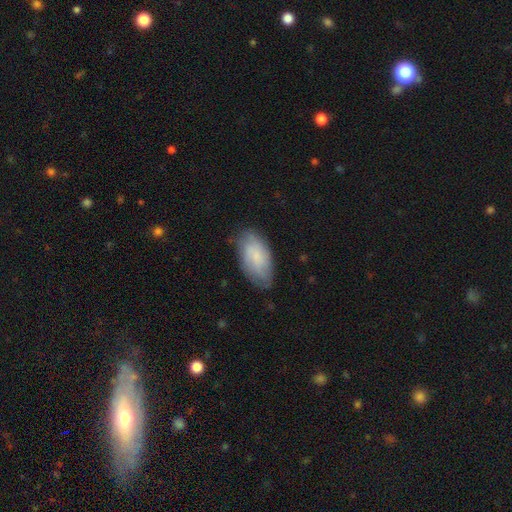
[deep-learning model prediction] Smooth or featured: smooth — 67% (featured or disk — 26%)
How rounded: in between — 93% (cigar-shaped — 4%)
Merging: none — 71% (minor disturbance — 23%)